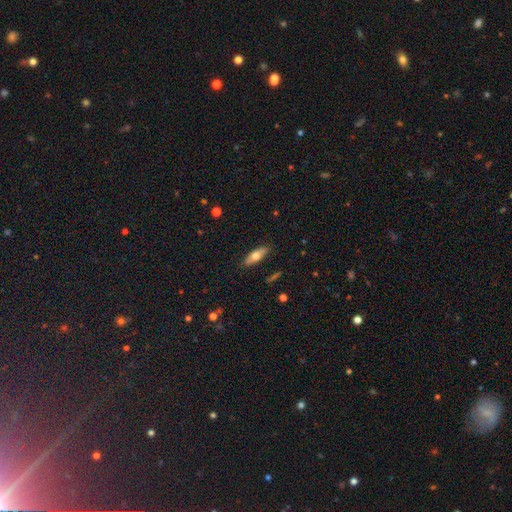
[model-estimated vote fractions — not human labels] smooth-or-featured: smooth: 61% | featured or disk: 33% | star or artifact: 6%
  how-rounded: in between: 62% | cigar-shaped: 35% | round: 3%
  merging: none: 87% | minor disturbance: 10% | major disturbance: 2% | merger: 1%